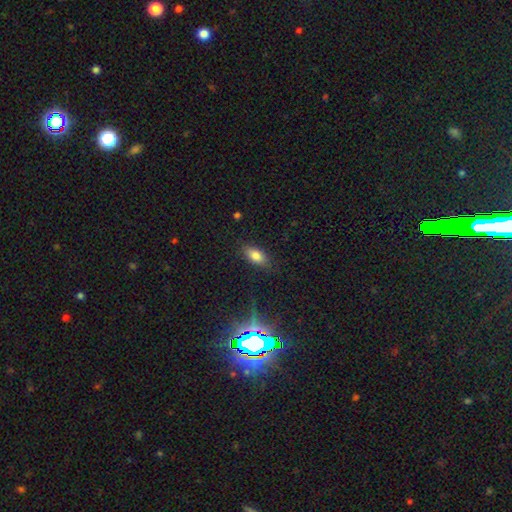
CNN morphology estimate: A smooth galaxy with no disk features (78%) that is in between round and cigar-shaped (85%). Merging: none (85%).